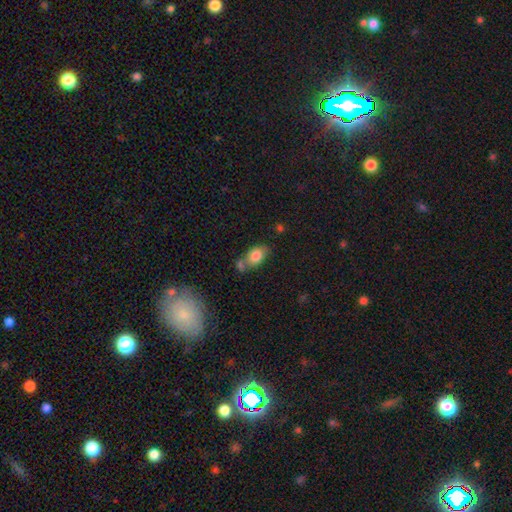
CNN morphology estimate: This appears to be a smooth galaxy with no disk features (80%) that is in between round and cigar-shaped (82%). Merging: none (49%).